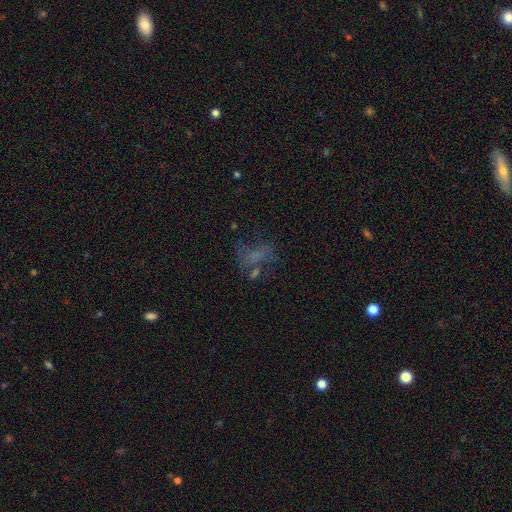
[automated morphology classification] type=smooth (39%); merging=none (39%).